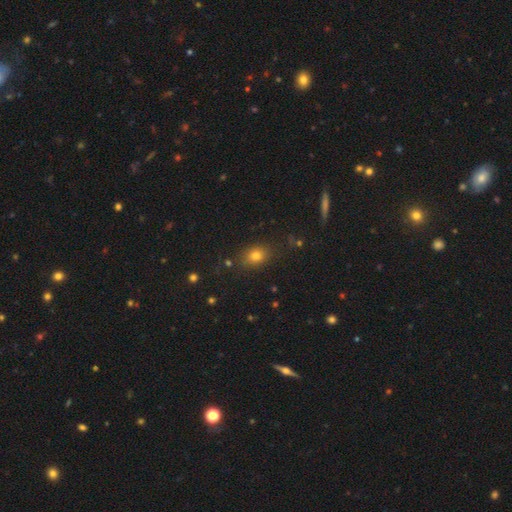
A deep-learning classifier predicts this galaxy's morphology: A smooth galaxy with no disk features (75%) that is in between round and cigar-shaped (61%). Merging: none (80%).